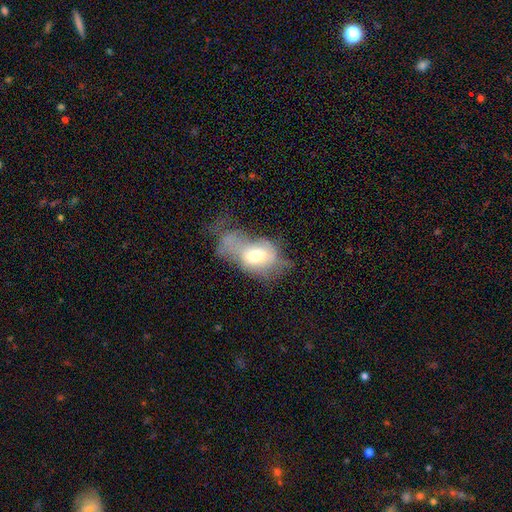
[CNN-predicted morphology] Q: Smooth or featured?
A: smooth (55%); runner-up: featured or disk (35%)
Q: How rounded?
A: in between (74%); runner-up: round (24%)
Q: Merging?
A: major disturbance (53%); runner-up: minor disturbance (17%)